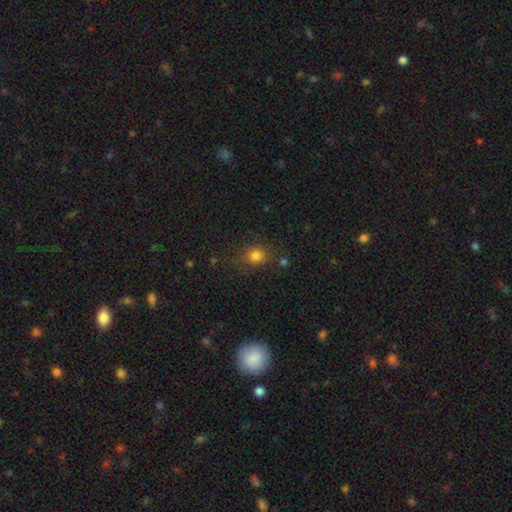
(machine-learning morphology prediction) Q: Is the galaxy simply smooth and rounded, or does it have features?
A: smooth — 80%.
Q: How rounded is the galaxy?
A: round — 76%.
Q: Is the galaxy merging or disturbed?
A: none — 78%.